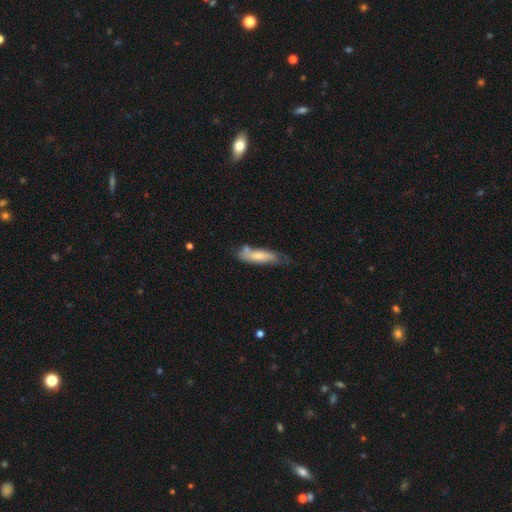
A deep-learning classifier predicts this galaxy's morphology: smooth-or-featured: smooth: 69% | featured or disk: 25% | star or artifact: 6%
  how-rounded: cigar-shaped: 66% | in between: 33% | round: 2%
  merging: none: 52% | minor disturbance: 29% | merger: 11% | major disturbance: 8%